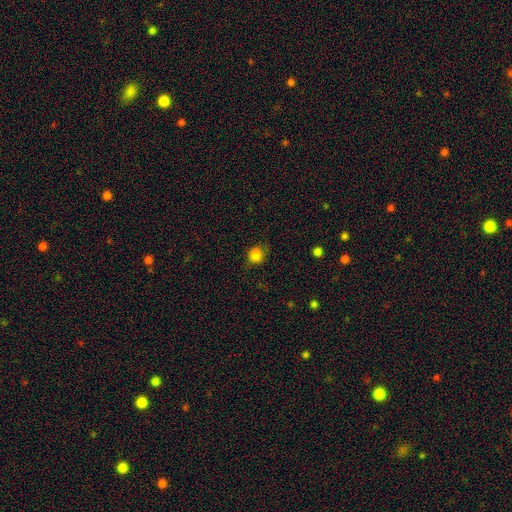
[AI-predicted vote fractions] A smooth galaxy with no disk features (83%) that is round (67%).

Vote fractions:
- Smooth or featured? smooth: 83% / star or artifact: 12% / featured or disk: 5%
- How rounded? round: 67% / in between: 32% / cigar-shaped: 1%
- Merging? none: 72% / minor disturbance: 20% / major disturbance: 7% / merger: 1%